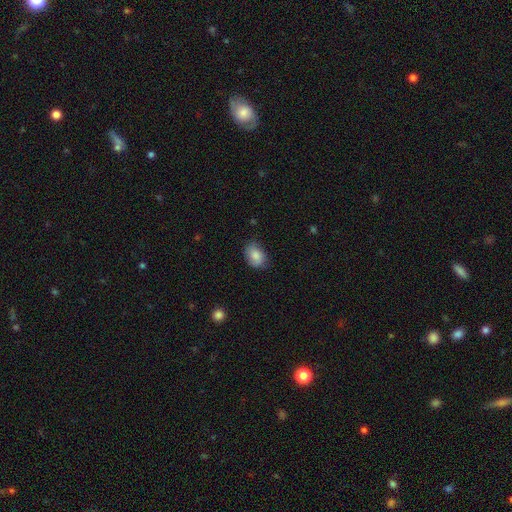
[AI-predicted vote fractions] A smooth galaxy with no disk features (84%) that is in between round and cigar-shaped (80%).

Vote fractions:
- Smooth or featured? smooth: 84% / featured or disk: 9% / star or artifact: 7%
- How rounded? in between: 80% / round: 19% / cigar-shaped: 1%
- Merging? none: 71% / minor disturbance: 23% / major disturbance: 5% / merger: 1%